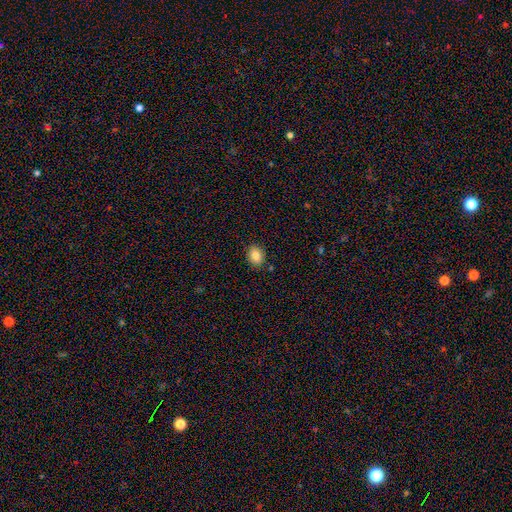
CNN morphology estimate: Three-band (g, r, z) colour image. It shows a smooth galaxy with no disk features (85%) that is in between round and cigar-shaped (59%). Merging: none (87%).